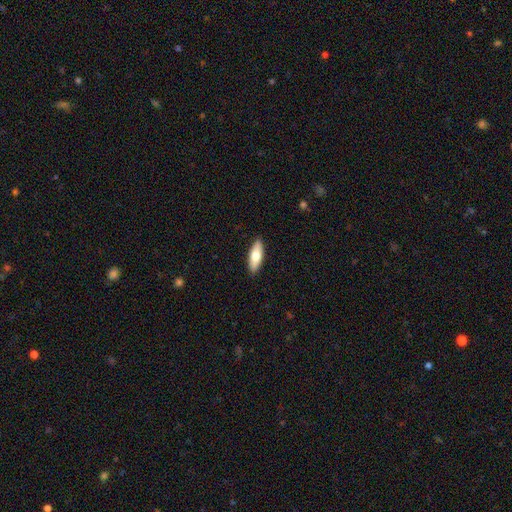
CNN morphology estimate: The model was most divided on "how rounded": in between: 65%, cigar-shaped: 33%, round: 2%. More confident: merging — none (90%); smooth or featured — smooth (72%).